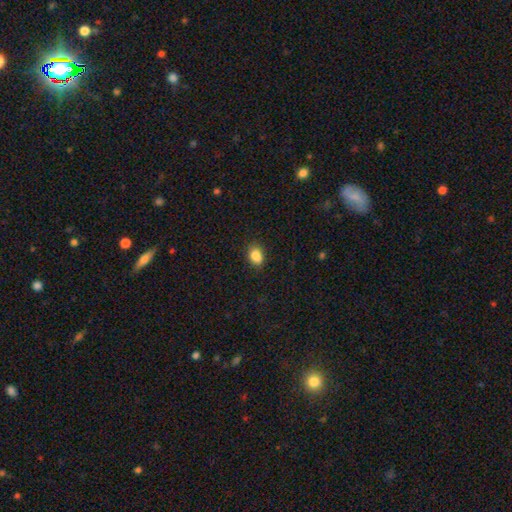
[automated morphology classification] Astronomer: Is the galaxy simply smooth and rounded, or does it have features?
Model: smooth — 86%.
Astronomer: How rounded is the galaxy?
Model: in between — 73%.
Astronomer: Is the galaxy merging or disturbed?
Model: none — 84%.